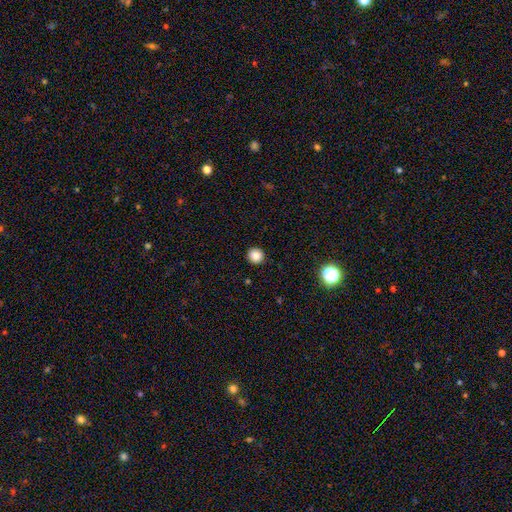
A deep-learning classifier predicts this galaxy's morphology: This is clearly a smooth galaxy (85%). How rounded: clearly round (93%). Merging: clearly none (93%).